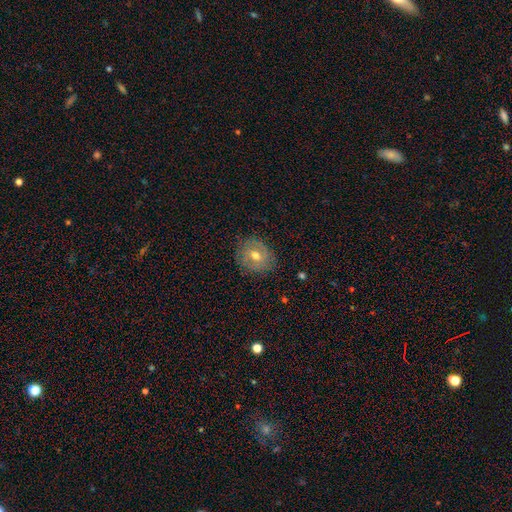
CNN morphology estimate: Smooth or featured: featured or disk — 48% (smooth — 42%)
Merging: none — 80% (minor disturbance — 15%)